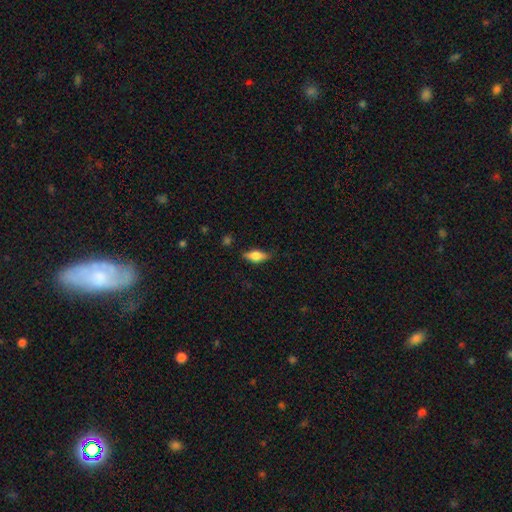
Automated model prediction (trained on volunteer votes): Q: Smooth or featured?
A: smooth (63%); runner-up: featured or disk (30%)
Q: How rounded?
A: in between (75%); runner-up: cigar-shaped (21%)
Q: Merging?
A: none (78%); runner-up: minor disturbance (17%)